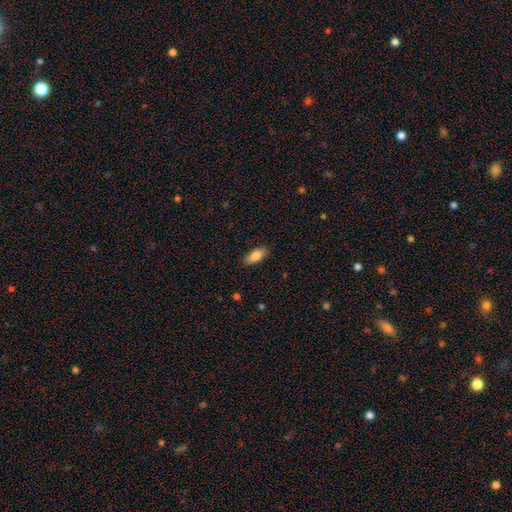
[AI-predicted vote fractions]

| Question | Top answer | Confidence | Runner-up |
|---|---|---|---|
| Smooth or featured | smooth | 84% | featured or disk (9%) |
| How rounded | in between | 86% | cigar-shaped (12%) |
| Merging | none | 87% | minor disturbance (9%) |